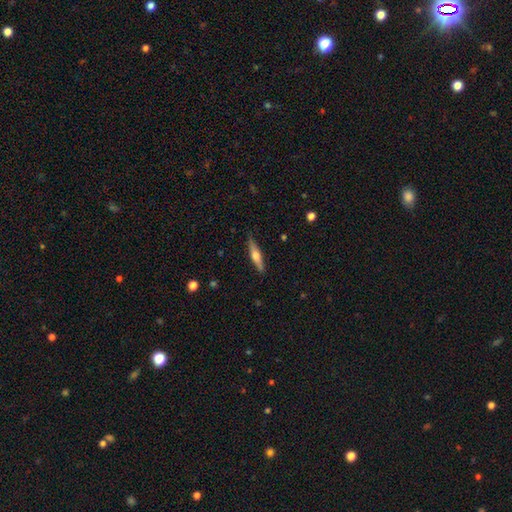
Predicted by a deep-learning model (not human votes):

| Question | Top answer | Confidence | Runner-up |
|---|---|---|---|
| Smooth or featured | featured or disk | 53% | smooth (41%) |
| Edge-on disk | yes | 96% | no (4%) |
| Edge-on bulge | rounded | 90% | boxy (6%) |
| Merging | none | 88% | minor disturbance (9%) |